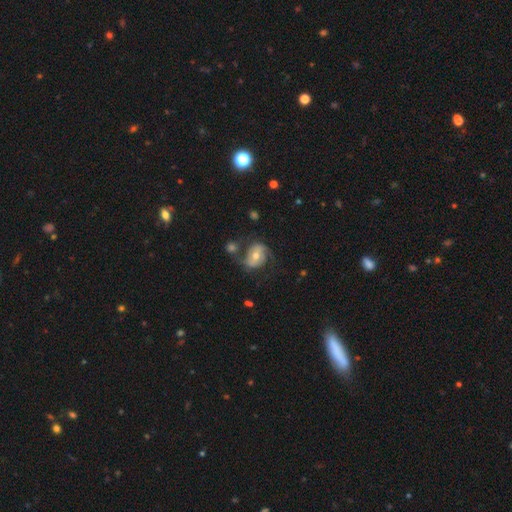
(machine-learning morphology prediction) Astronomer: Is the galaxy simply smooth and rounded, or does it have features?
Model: featured or disk — 64%.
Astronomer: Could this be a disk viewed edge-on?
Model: no — 97%.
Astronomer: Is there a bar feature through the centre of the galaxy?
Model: no — 43% (runner-up: weak, 37%).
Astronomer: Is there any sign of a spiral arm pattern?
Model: yes — 83%.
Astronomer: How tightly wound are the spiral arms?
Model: medium — 43% (runner-up: loose, 37%).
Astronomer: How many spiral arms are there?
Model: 2 — 83%.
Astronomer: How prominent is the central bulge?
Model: moderate — 68%.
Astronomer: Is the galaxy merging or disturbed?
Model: none — 54%.